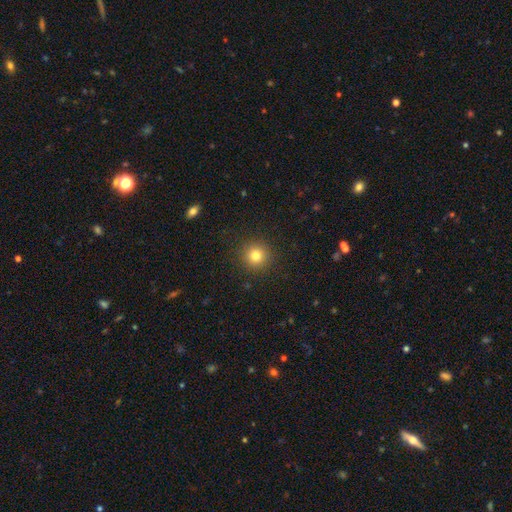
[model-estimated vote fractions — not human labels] A smooth galaxy with no disk features (80%) that is round (95%). Merging: none (91%).